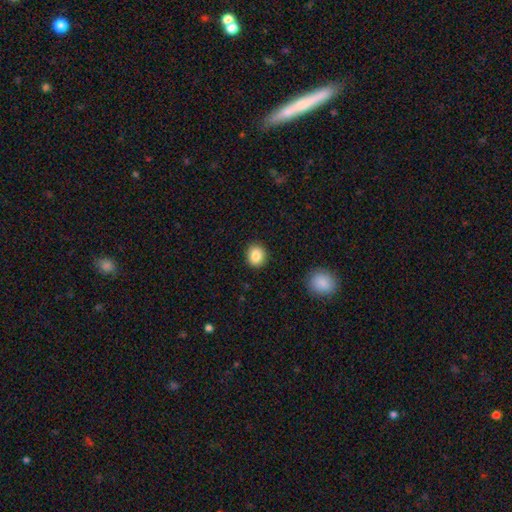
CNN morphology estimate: smooth 87%, star or artifact 9%, featured or disk 4%. Down the decision tree: how rounded — round (75%); merging — none (91%).